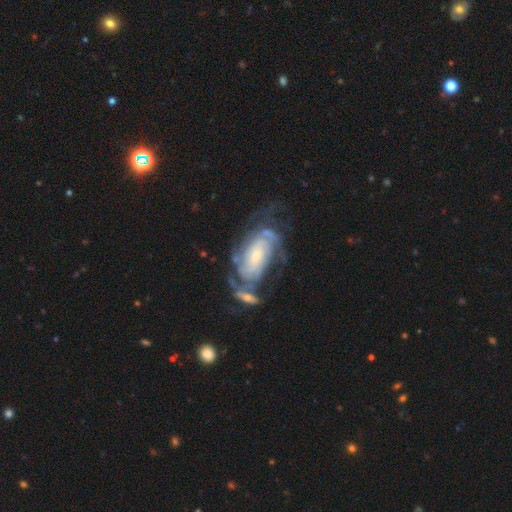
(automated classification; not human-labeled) smooth-or-featured: featured or disk: 82% | smooth: 12% | star or artifact: 6%
  disk-edge-on: no: 94% | yes: 6%
    bar: no: 60% | weak: 30% | strong: 10%
    has-spiral-arms: yes: 93% | no: 7%
      spiral-winding: tight: 57% | medium: 32% | loose: 11%
      spiral-arm-count: can't tell: 40% | 2: 28% | 3: 14% | 4: 8% | 1: 5% | more than 4: 5%
    bulge-size: small: 56% | moderate: 31% | large: 7% | none: 4% | dominant: 2%
  merging: none: 44% | major disturbance: 19% | minor disturbance: 19% | merger: 18%